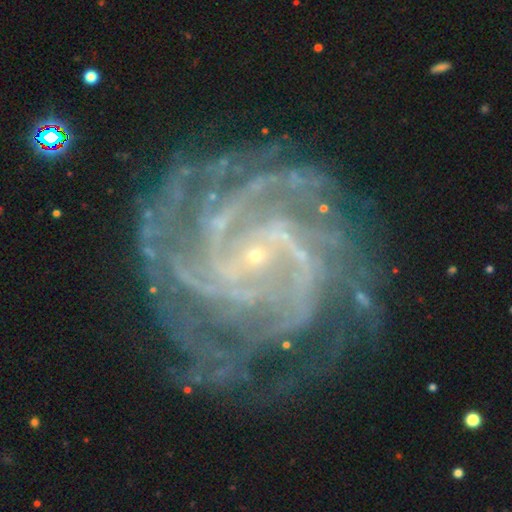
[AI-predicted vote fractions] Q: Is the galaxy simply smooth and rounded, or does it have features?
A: featured or disk — 91%.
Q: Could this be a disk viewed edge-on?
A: no — 98%.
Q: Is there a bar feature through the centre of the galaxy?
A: no — 49%.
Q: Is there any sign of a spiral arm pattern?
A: yes — 98%.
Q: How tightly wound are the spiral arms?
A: tight — 67%.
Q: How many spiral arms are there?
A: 4 — 27%.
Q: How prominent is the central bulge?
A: small — 88%.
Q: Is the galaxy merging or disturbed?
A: none — 74%.